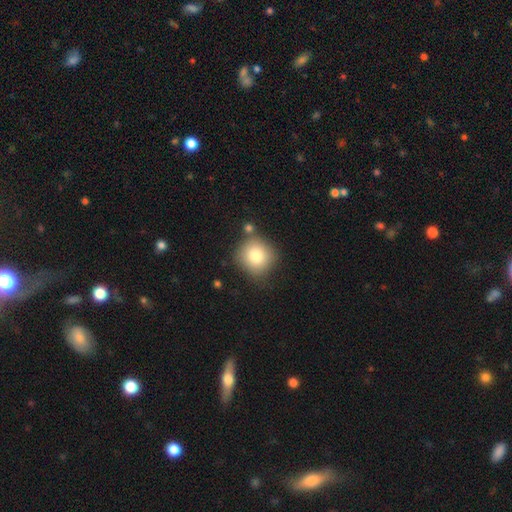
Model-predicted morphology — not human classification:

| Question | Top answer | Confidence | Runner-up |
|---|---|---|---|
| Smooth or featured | smooth | 82% | featured or disk (9%) |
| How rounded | round | 86% | in between (13%) |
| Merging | none | 70% | minor disturbance (16%) |